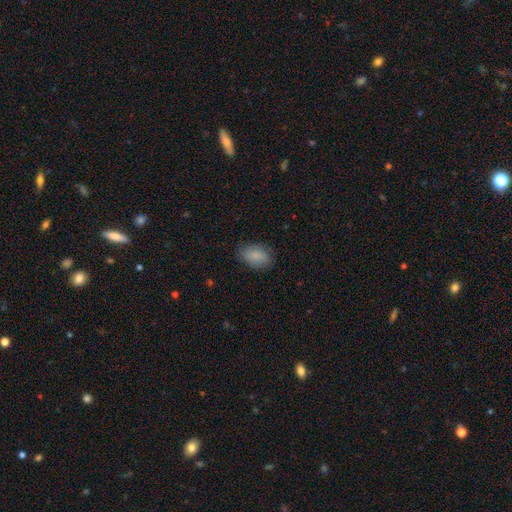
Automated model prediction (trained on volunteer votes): This is clearly a smooth galaxy (86%). How rounded: clearly in between (87%). Merging: clearly none (80%).